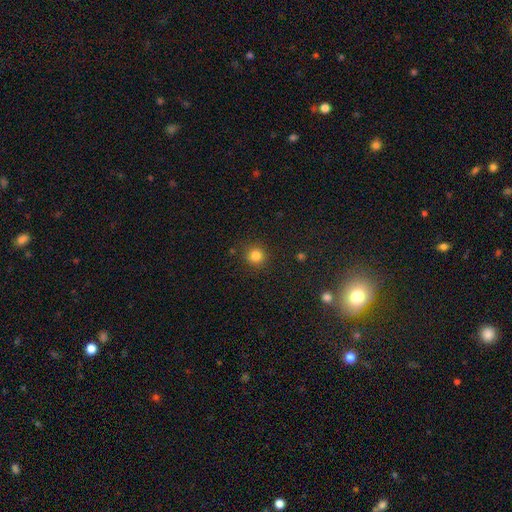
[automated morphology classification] Overall: smooth (83%). How rounded: round (93%). Merging: none (87%).